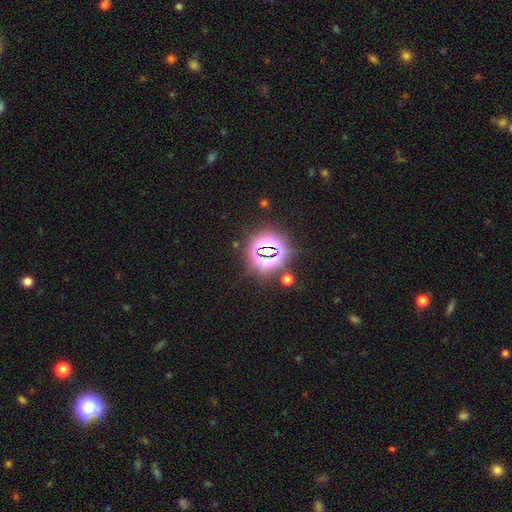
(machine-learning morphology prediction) Smooth or featured? Predicted: star or artifact (p=0.77).